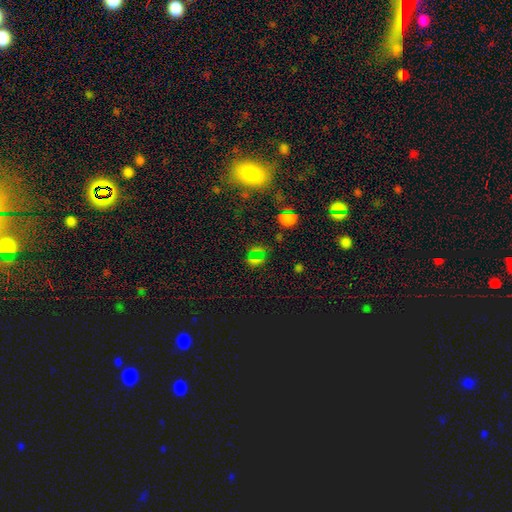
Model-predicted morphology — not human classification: A star or artifact, not a galaxy (58%).